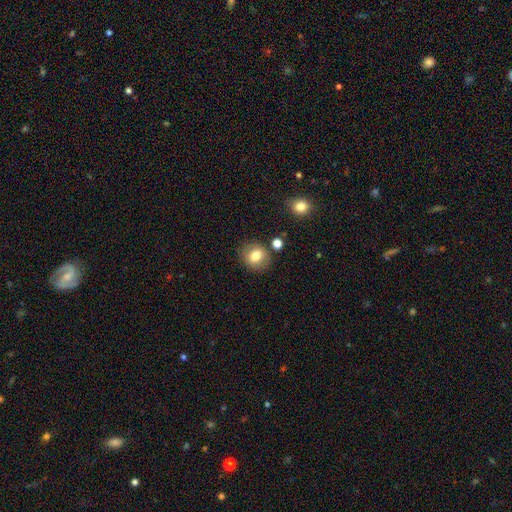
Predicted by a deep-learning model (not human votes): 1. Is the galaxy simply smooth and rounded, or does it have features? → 78% smooth, 11% featured or disk, 10% star or artifact.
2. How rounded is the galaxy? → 80% round, 20% in between, 1% cigar-shaped.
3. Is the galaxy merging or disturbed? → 83% none, 10% minor disturbance, 4% merger, 3% major disturbance.